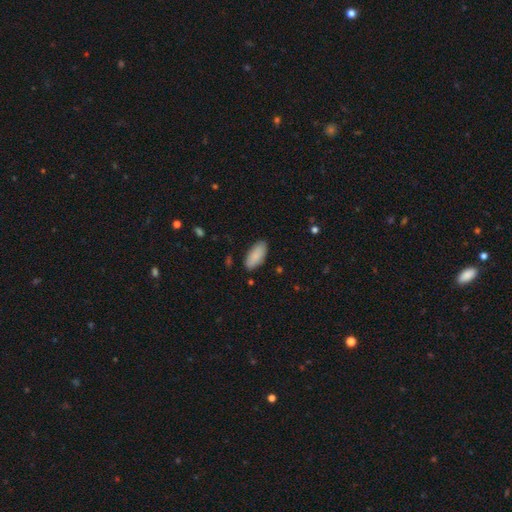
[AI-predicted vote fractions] Morphology: type=smooth (87%); roundness=in between (90%); merging=none (84%).